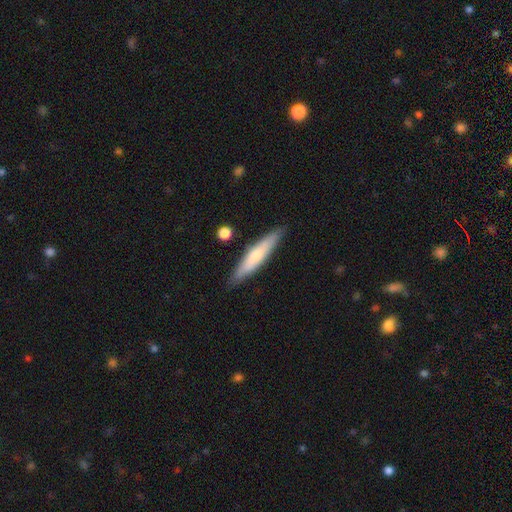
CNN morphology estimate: The model was most divided on "smooth or featured": smooth: 59%, featured or disk: 36%, star or artifact: 5%. More confident: merging — none (86%); how rounded — cigar-shaped (86%).